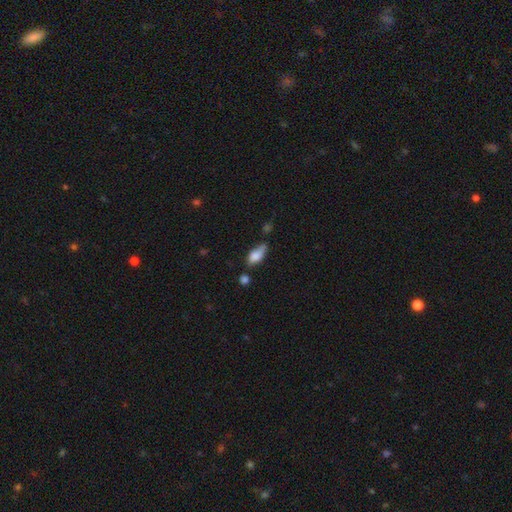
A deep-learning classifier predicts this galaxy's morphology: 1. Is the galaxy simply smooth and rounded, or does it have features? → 78% smooth, 14% featured or disk, 8% star or artifact.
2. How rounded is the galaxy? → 81% in between, 15% cigar-shaped, 4% round.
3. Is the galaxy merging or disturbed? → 45% none, 35% minor disturbance, 10% merger, 10% major disturbance.